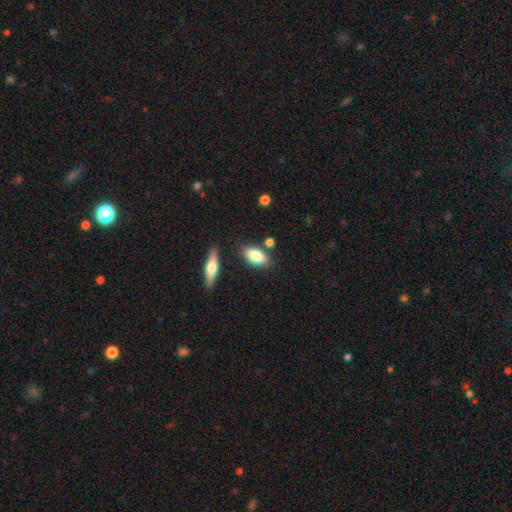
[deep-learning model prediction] Q: Smooth or featured?
A: smooth (80%); runner-up: featured or disk (13%)
Q: How rounded?
A: in between (86%); runner-up: cigar-shaped (11%)
Q: Merging?
A: none (78%); runner-up: minor disturbance (12%)